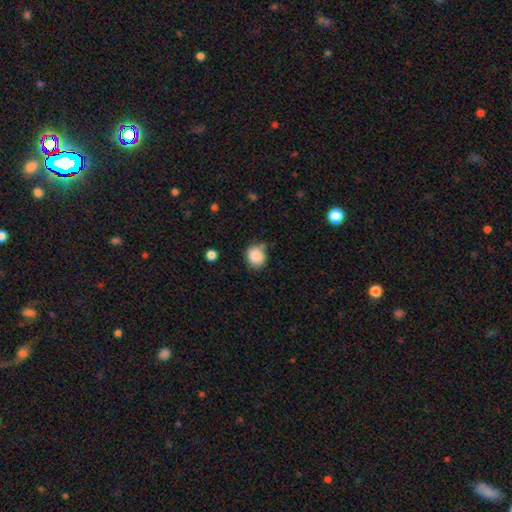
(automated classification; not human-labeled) Smooth or featured: smooth — 87% (star or artifact — 9%)
How rounded: round — 77% (in between — 22%)
Merging: none — 66% (minor disturbance — 23%)